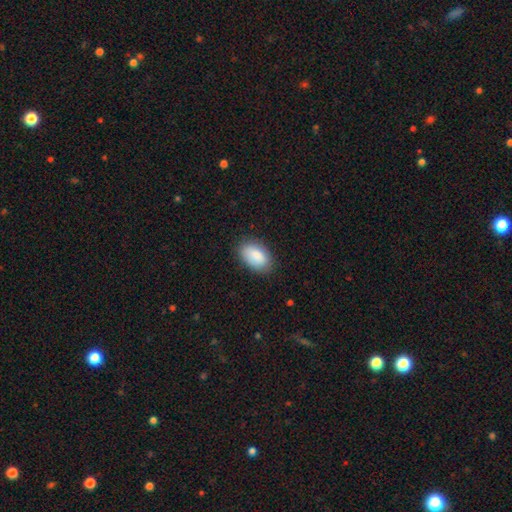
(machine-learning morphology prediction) type=smooth (87%); roundness=in between (93%); merging=none (82%).